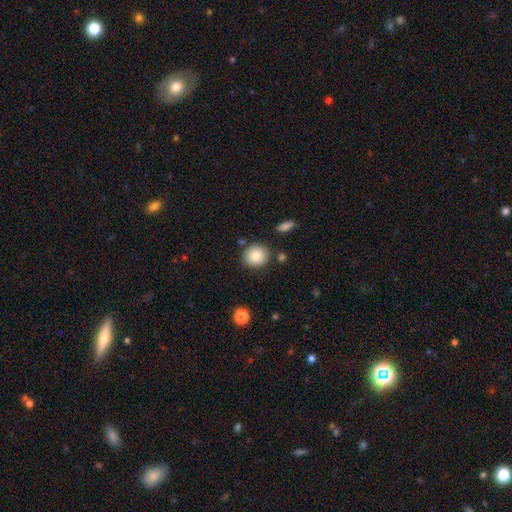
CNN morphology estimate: Smooth or featured: smooth — 84% (star or artifact — 8%)
How rounded: round — 82% (in between — 17%)
Merging: none — 82% (minor disturbance — 10%)